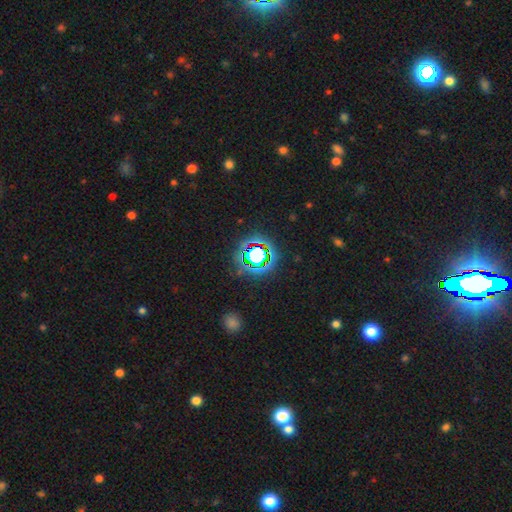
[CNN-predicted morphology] This is likely a star or artifact rather than a galaxy (70%).